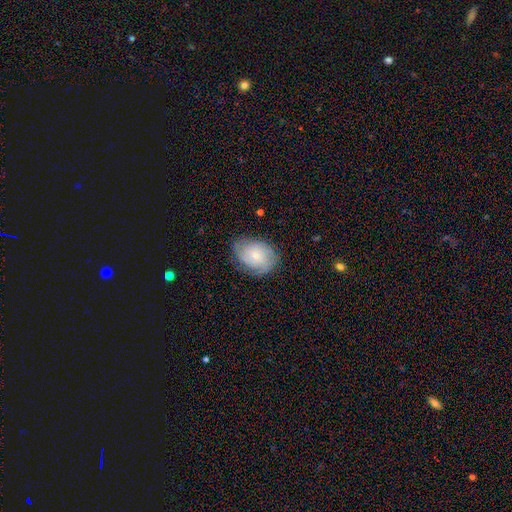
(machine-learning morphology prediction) type=featured or disk (59%); edge-on=no (97%); bar=no (78%); spiral arms=yes (89%); winding=tight (60%); arm count=can't tell (40%); bulge=small (67%); merging=none (73%).